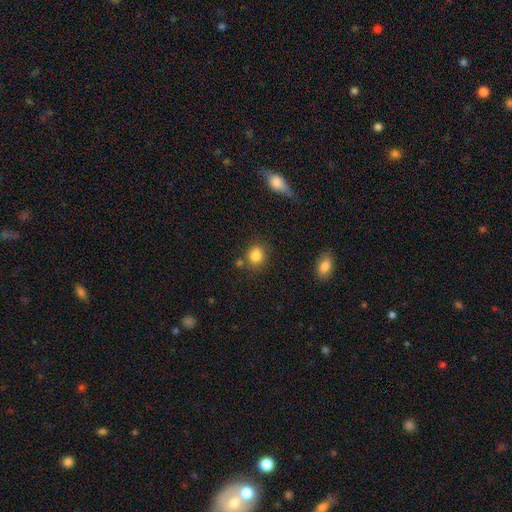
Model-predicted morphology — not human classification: smooth_or_featured: smooth (p=0.84) [alt: star or artifact p=0.10]
how_rounded: round (p=0.74) [alt: in between p=0.25]
merging: none (p=0.76) [alt: minor disturbance p=0.12]